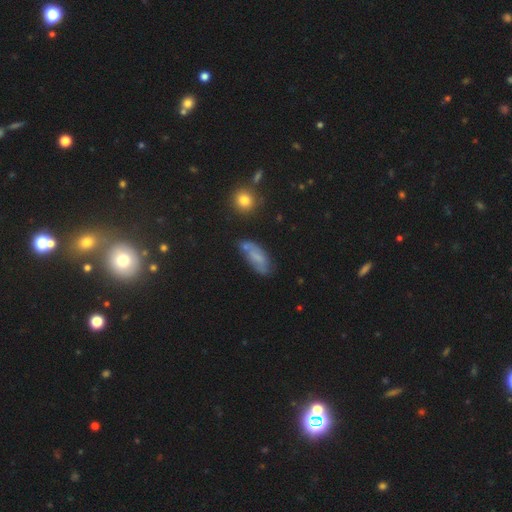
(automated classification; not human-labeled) Q: Smooth or featured?
A: smooth (57%); runner-up: featured or disk (30%)
Q: How rounded?
A: in between (73%); runner-up: cigar-shaped (23%)
Q: Merging?
A: none (52%); runner-up: minor disturbance (28%)